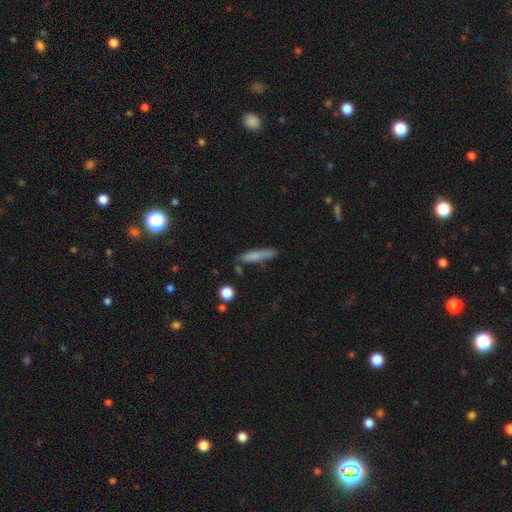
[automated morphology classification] Smooth or featured?
  - smooth: 74% *
  - featured or disk: 18%
  - star or artifact: 8%
How rounded?
  - cigar-shaped: 87% *
  - in between: 11%
  - round: 2%
Merging?
  - none: 75% *
  - minor disturbance: 18%
  - merger: 4%
  - major disturbance: 4%